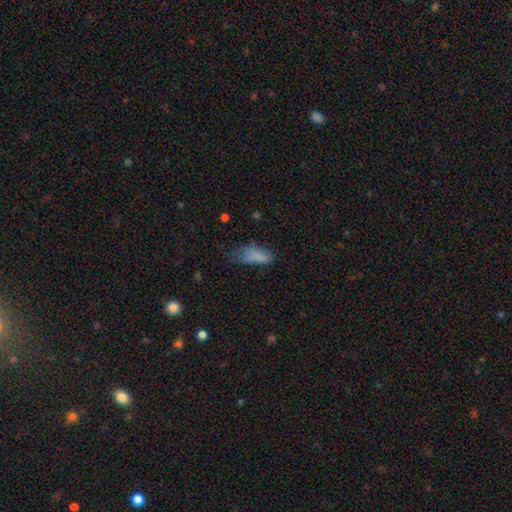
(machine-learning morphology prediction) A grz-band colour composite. It shows a smooth galaxy with no disk features (78%) that is in between round and cigar-shaped (76%). Merging: minor disturbance (37%).